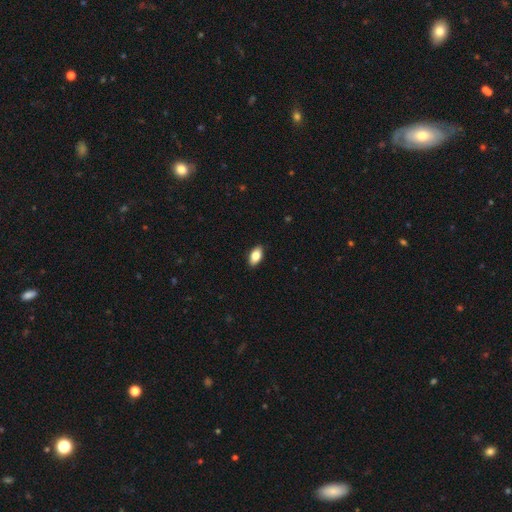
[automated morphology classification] A smooth galaxy with no disk features (82%) that is in between round and cigar-shaped (91%).

Vote fractions:
- Smooth or featured? smooth: 82% / featured or disk: 11% / star or artifact: 7%
- How rounded? in between: 91% / round: 5% / cigar-shaped: 4%
- Merging? none: 89% / minor disturbance: 8% / major disturbance: 2% / merger: 1%